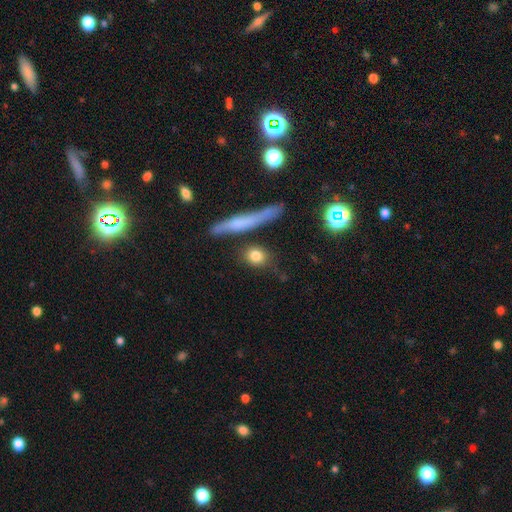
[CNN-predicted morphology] type=smooth (81%); roundness=round (58%); merging=none (78%).